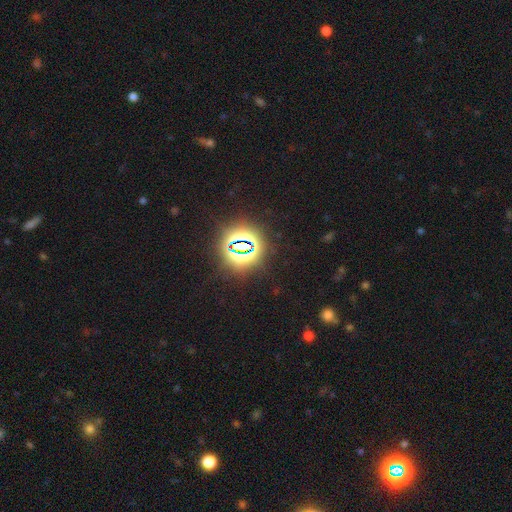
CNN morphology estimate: Overall: star or artifact (79%).